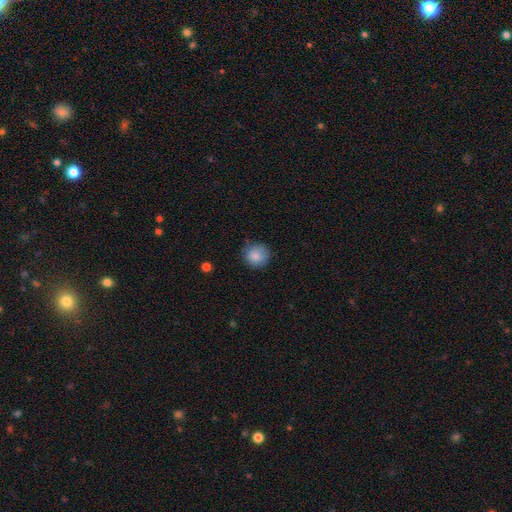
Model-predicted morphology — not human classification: Q: Smooth or featured?
A: smooth (86%); runner-up: star or artifact (8%)
Q: How rounded?
A: round (89%); runner-up: in between (10%)
Q: Merging?
A: none (76%); runner-up: minor disturbance (19%)